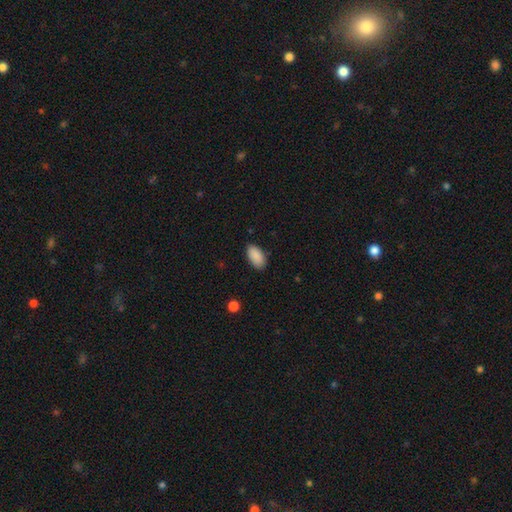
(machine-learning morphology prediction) smooth_or_featured: smooth (p=0.90) [alt: star or artifact p=0.06]
how_rounded: in between (p=0.95) [alt: cigar-shaped p=0.03]
merging: none (p=0.86) [alt: minor disturbance p=0.10]